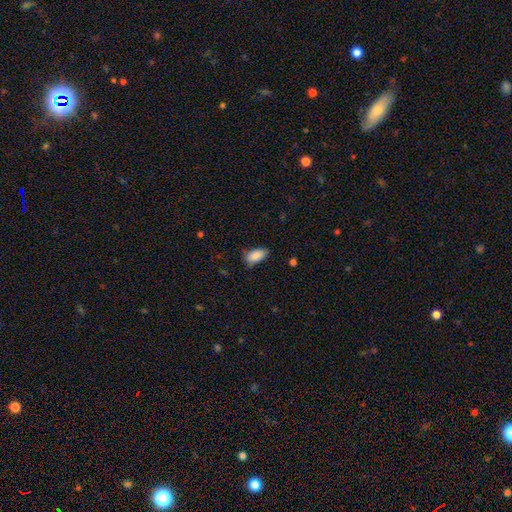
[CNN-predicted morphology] Overall: smooth (88%). How rounded: in between (92%). Merging: none (66%; minor disturbance 27%).